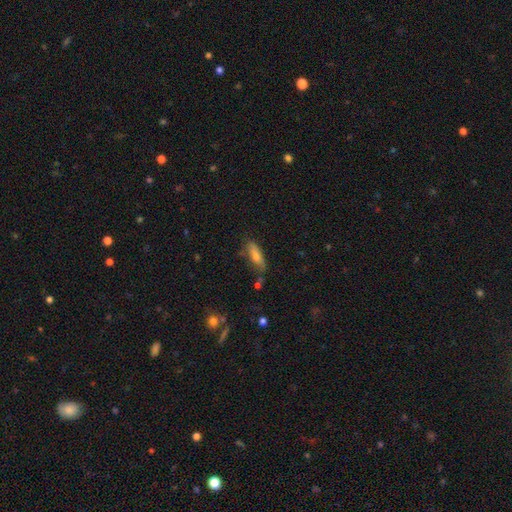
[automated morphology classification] Smooth or featured?
  - smooth: 64% *
  - featured or disk: 27%
  - star or artifact: 9%
How rounded?
  - cigar-shaped: 49% *
  - in between: 48%
  - round: 3%
Merging?
  - none: 67% *
  - minor disturbance: 22%
  - major disturbance: 6%
  - merger: 5%